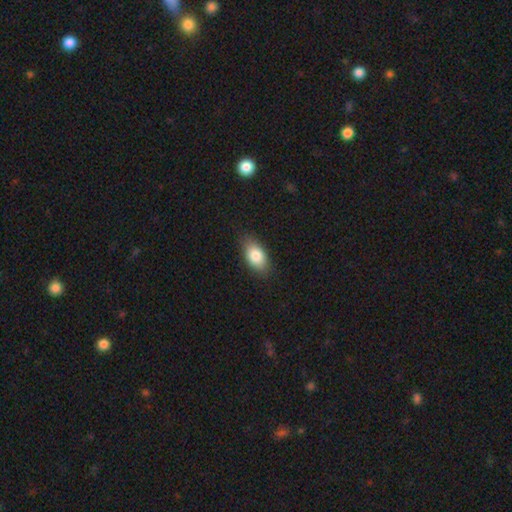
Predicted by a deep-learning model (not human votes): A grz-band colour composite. It shows a smooth galaxy with no disk features (83%) that is in between round and cigar-shaped (91%). Merging: none (83%).